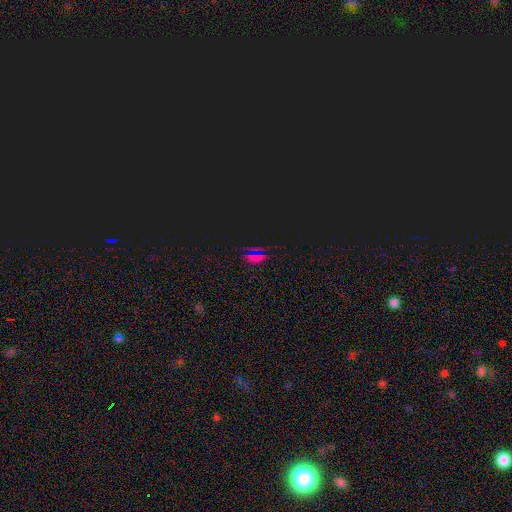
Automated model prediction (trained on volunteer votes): Smooth or featured? Predicted: star or artifact (p=0.55).